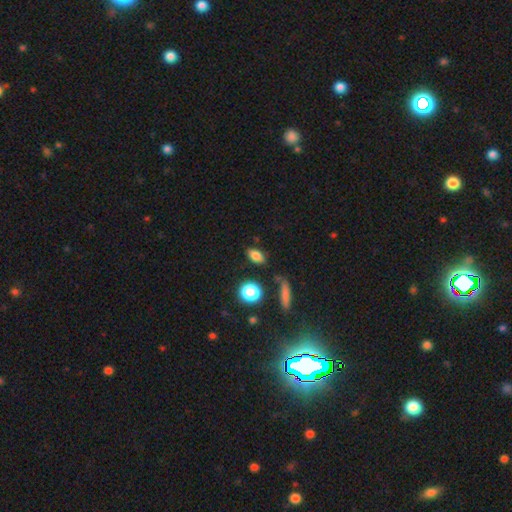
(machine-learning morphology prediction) smooth-or-featured: smooth: 80% | star or artifact: 12% | featured or disk: 9%
  how-rounded: in between: 80% | round: 12% | cigar-shaped: 8%
  merging: none: 80% | minor disturbance: 12% | merger: 4% | major disturbance: 3%